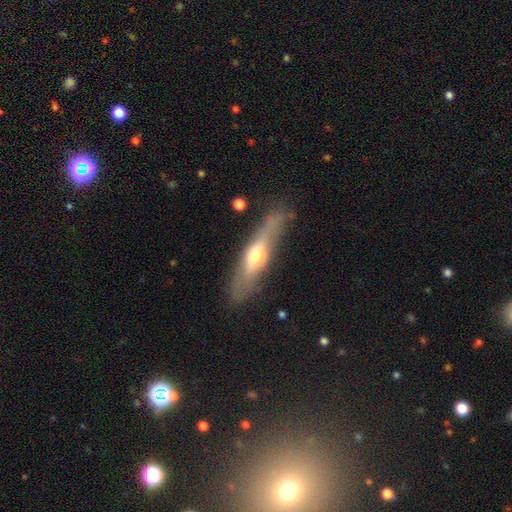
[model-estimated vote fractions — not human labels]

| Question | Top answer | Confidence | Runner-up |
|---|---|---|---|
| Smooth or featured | featured or disk | 55% | smooth (40%) |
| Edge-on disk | yes | 82% | no (18%) |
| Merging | none | 79% | minor disturbance (14%) |